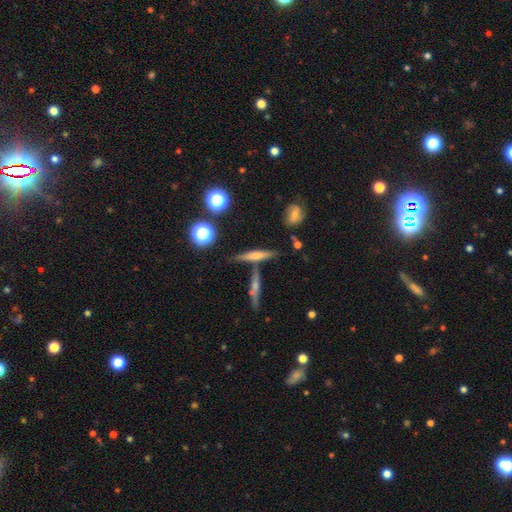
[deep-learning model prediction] smooth-or-featured: smooth: 48% | featured or disk: 39% | star or artifact: 13%
  merging: none: 65% | merger: 18% | minor disturbance: 13% | major disturbance: 4%